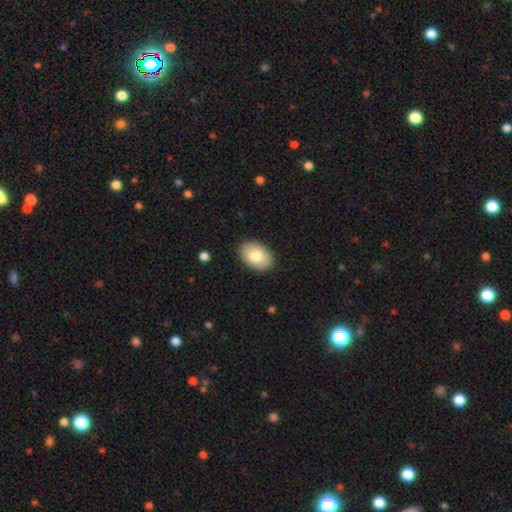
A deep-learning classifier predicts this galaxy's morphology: The model was most divided on "smooth or featured": smooth: 79%, featured or disk: 15%, star or artifact: 6%. More confident: merging — none (89%); how rounded — in between (88%).